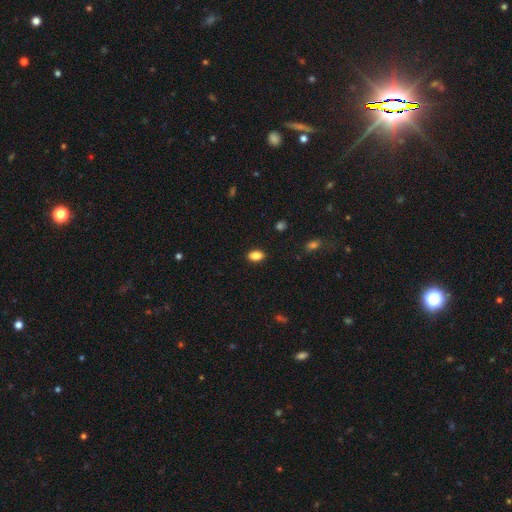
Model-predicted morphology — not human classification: smooth-or-featured: smooth: 86% | star or artifact: 9% | featured or disk: 5%
  how-rounded: in between: 87% | round: 11% | cigar-shaped: 3%
  merging: none: 89% | minor disturbance: 8% | major disturbance: 2% | merger: 1%